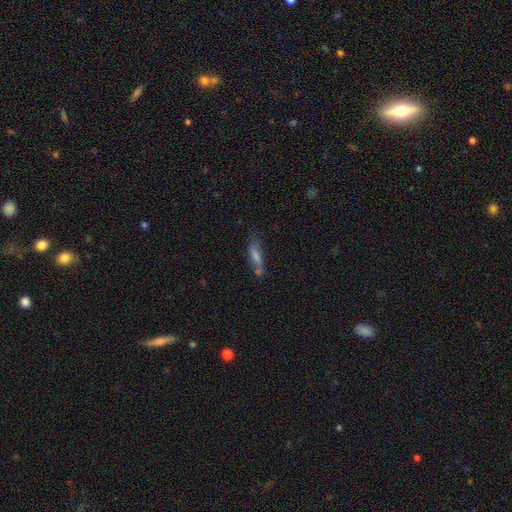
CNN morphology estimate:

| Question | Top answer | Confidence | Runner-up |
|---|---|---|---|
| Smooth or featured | smooth | 71% | featured or disk (20%) |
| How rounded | cigar-shaped | 58% | in between (40%) |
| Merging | none | 45% | minor disturbance (25%) |